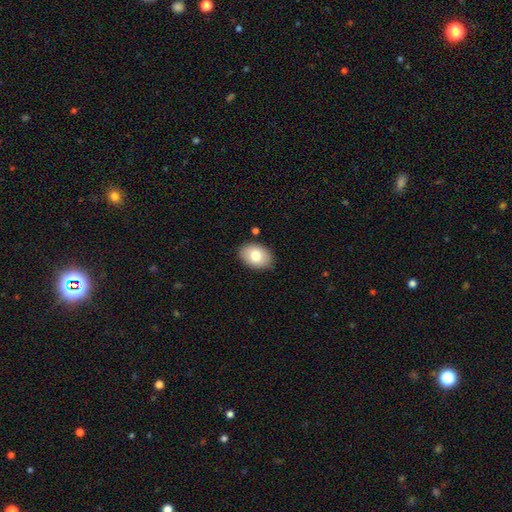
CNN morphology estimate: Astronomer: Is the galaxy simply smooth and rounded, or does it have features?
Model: smooth — 79%.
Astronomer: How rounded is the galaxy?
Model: in between — 80%.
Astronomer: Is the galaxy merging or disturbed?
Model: none — 85%.